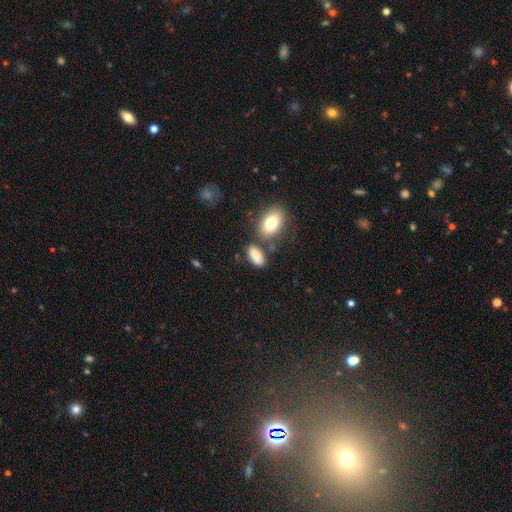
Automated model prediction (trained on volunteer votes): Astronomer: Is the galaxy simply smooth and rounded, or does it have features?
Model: smooth — 84%.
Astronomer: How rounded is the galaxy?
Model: in between — 90%.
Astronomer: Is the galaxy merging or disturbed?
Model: none — 63%.